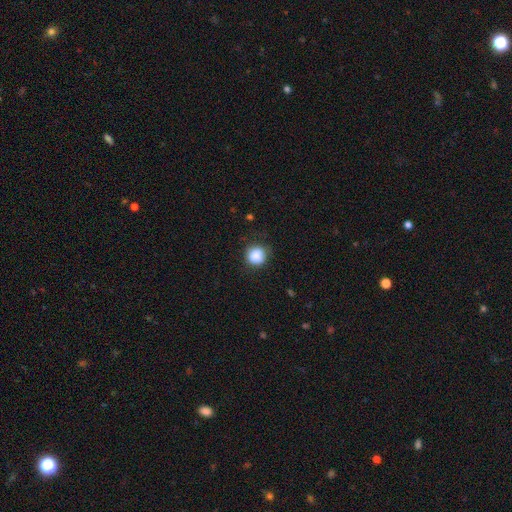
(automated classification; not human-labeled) Smooth or featured? smooth (86%)
How rounded? round (87%)
Merging? none (79%)